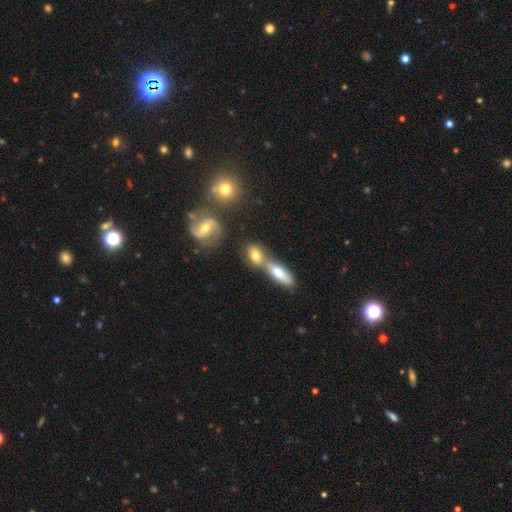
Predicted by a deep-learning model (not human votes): A smooth galaxy with no disk features (64%) that is in between round and cigar-shaped (68%).

Vote fractions:
- Smooth or featured? smooth: 64% / featured or disk: 27% / star or artifact: 9%
- How rounded? in between: 68% / round: 22% / cigar-shaped: 10%
- Merging? merger: 51% / none: 35% / minor disturbance: 10% / major disturbance: 4%